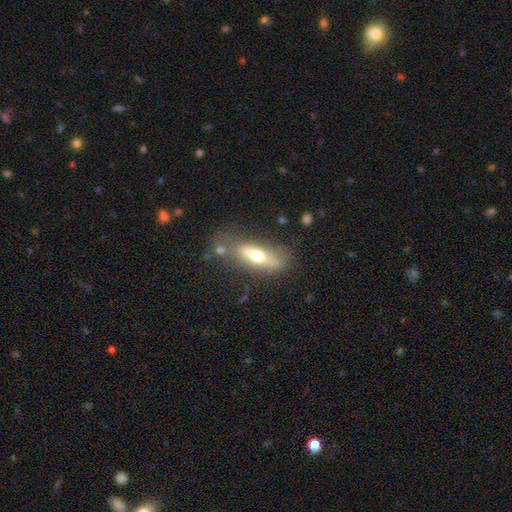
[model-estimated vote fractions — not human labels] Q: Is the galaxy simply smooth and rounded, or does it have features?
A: smooth — 48%.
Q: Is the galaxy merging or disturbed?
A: none — 63%.